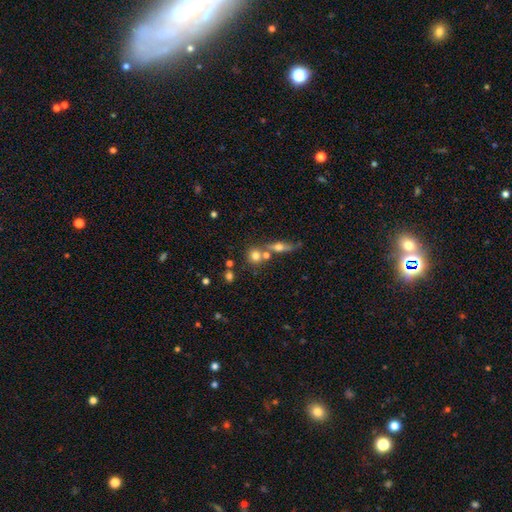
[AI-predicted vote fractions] The model was most divided on "merging": none: 56%, merger: 32%, minor disturbance: 9%, major disturbance: 4%. More confident: how rounded — round (80%); smooth or featured — smooth (70%).